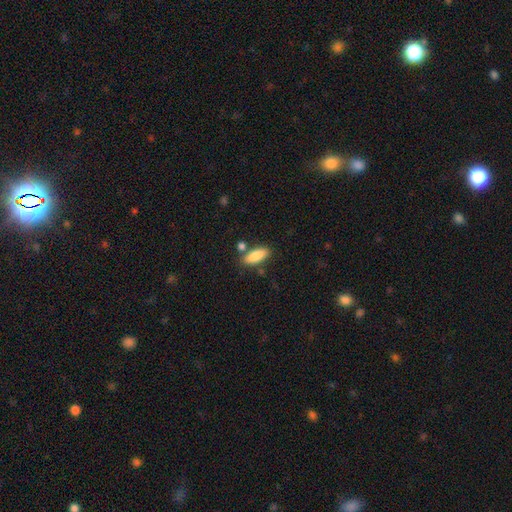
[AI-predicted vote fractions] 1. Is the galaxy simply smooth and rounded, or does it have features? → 86% smooth, 7% featured or disk, 6% star or artifact.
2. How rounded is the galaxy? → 75% in between, 22% cigar-shaped, 2% round.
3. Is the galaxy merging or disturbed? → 76% none, 12% minor disturbance, 9% merger, 3% major disturbance.